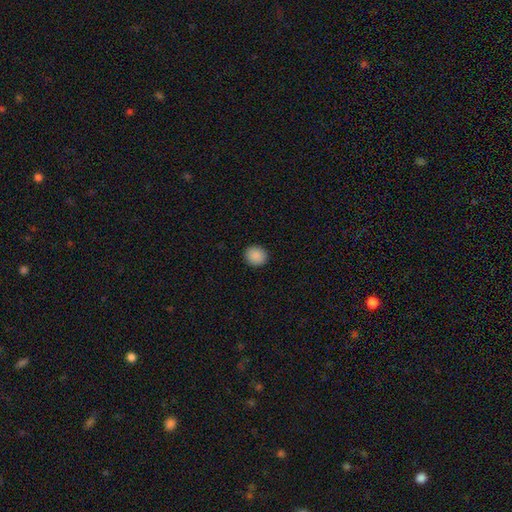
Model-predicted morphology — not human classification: Smooth or featured: smooth — 89% (star or artifact — 8%)
How rounded: round — 85% (in between — 14%)
Merging: none — 92% (minor disturbance — 5%)